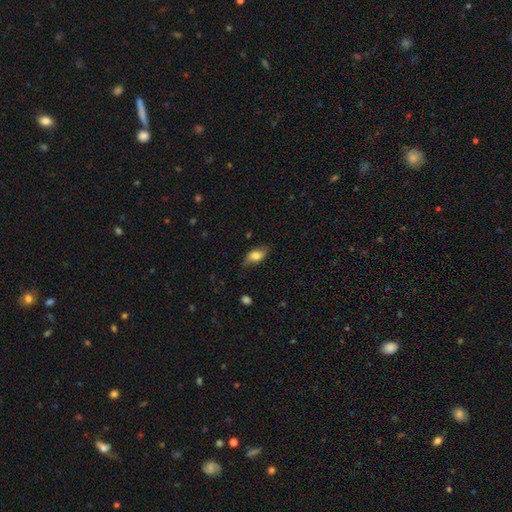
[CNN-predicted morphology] Smooth or featured: smooth — 74% (featured or disk — 19%)
How rounded: in between — 87% (cigar-shaped — 7%)
Merging: none — 72% (minor disturbance — 22%)